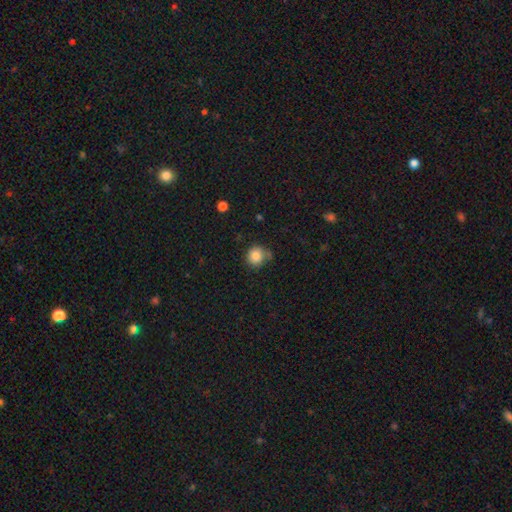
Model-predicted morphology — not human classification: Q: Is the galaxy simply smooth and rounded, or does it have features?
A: smooth — 85%.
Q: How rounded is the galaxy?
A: round — 89%.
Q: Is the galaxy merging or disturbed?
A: none — 71%.